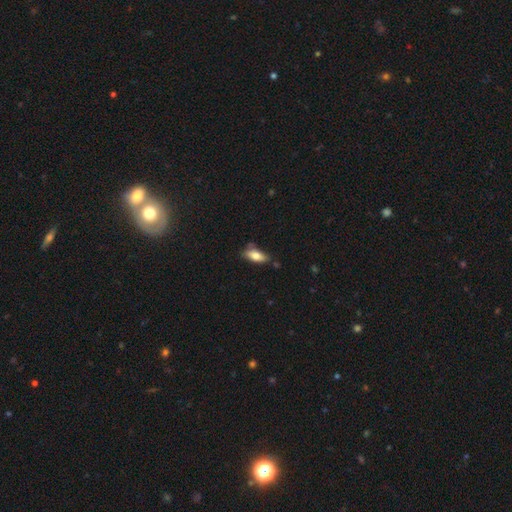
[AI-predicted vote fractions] Smooth or featured? smooth (75%)
How rounded? in between (82%)
Merging? none (63%)